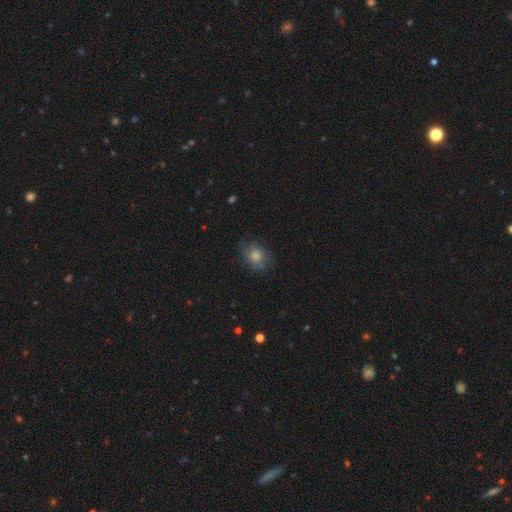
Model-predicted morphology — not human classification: Smooth or featured?
  - smooth: 76% *
  - featured or disk: 14%
  - star or artifact: 10%
How rounded?
  - in between: 52% *
  - round: 46%
  - cigar-shaped: 1%
Merging?
  - none: 67% *
  - minor disturbance: 23%
  - major disturbance: 9%
  - merger: 1%